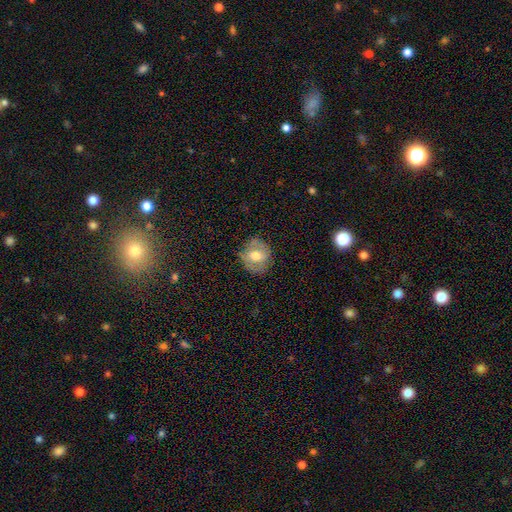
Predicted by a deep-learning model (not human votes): Q: Smooth or featured?
A: smooth (52%); runner-up: featured or disk (40%)
Q: How rounded?
A: round (80%); runner-up: in between (19%)
Q: Merging?
A: none (75%); runner-up: minor disturbance (18%)